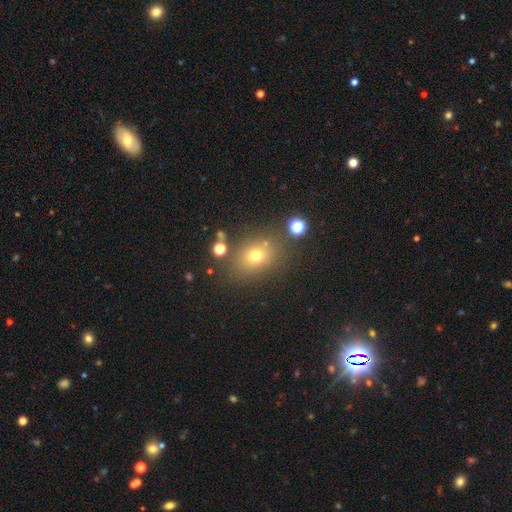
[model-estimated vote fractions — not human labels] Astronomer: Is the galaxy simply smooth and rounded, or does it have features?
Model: smooth — 69%.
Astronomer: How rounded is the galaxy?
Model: in between — 54% (runner-up: round, 45%).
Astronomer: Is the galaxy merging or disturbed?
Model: none — 78%.